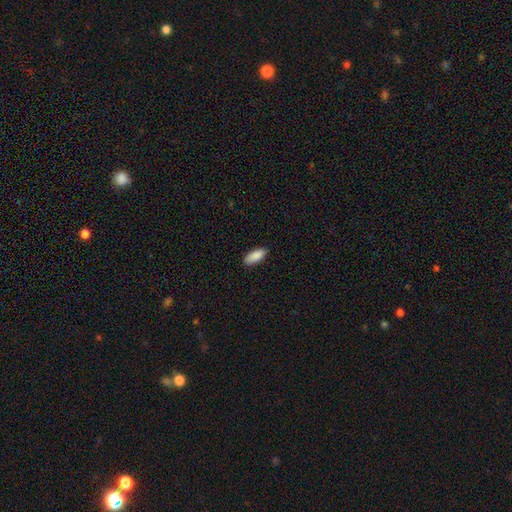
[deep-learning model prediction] Smooth or featured? Predicted: smooth (p=0.89). How rounded? Predicted: in between (p=0.79). Merging? Predicted: none (p=0.86).